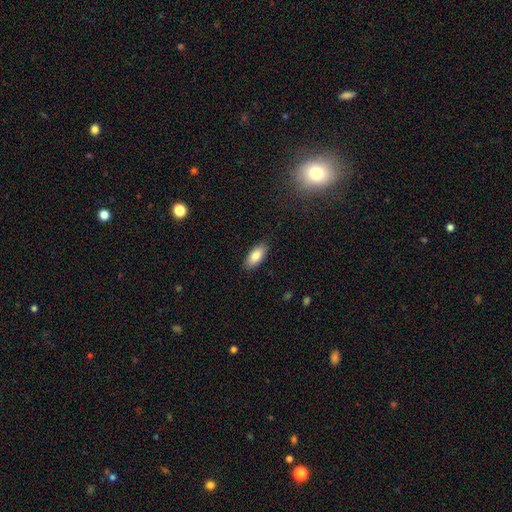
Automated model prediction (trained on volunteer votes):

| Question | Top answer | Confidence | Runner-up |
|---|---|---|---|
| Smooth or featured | smooth | 86% | featured or disk (8%) |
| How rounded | in between | 86% | cigar-shaped (12%) |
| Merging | none | 86% | minor disturbance (10%) |